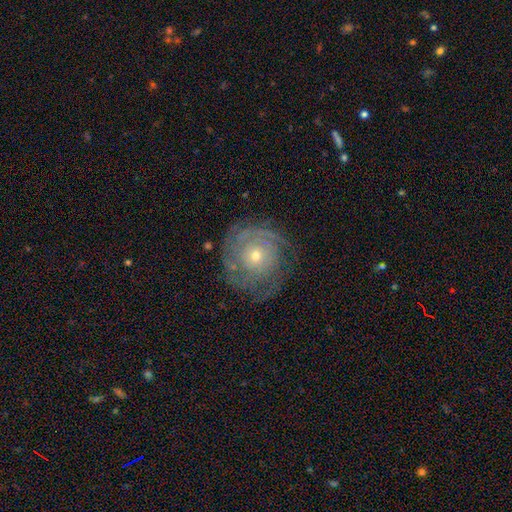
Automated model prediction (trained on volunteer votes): Overall: featured or disk (75%). Edge-on disk: no (97%). Bar: no (84%). Spiral arms: yes (88%). Spiral arm count: can't tell (44%; 2 20%). Spiral winding: tight (77%). Bulge size: small (58%; moderate 39%). Merging: none (74%).